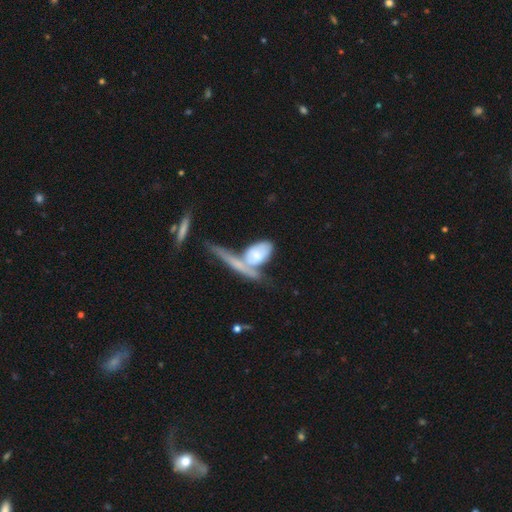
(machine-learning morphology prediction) smooth 56%, featured or disk 38%, star or artifact 6%. Down the decision tree: how rounded — in between (79%); merging — merger (48%).